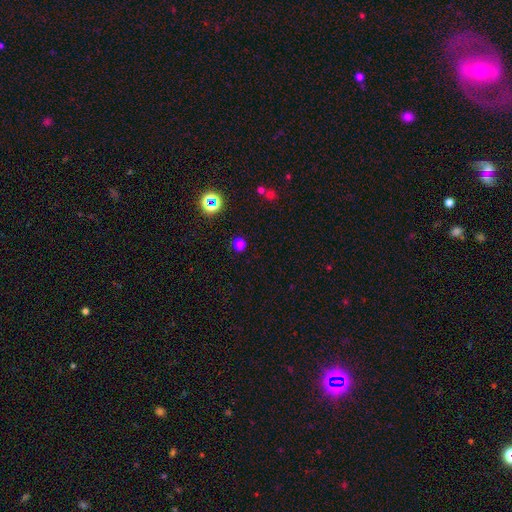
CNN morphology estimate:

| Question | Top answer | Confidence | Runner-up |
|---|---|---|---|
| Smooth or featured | smooth | 67% | star or artifact (28%) |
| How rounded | round | 89% | in between (9%) |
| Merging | none | 89% | minor disturbance (6%) |